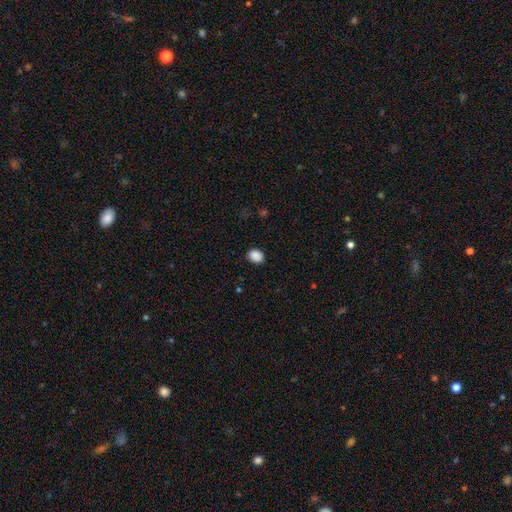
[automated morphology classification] smooth-or-featured: smooth: 88% | star or artifact: 9% | featured or disk: 3%
  how-rounded: in between: 57% | round: 42% | cigar-shaped: 1%
  merging: none: 84% | minor disturbance: 12% | major disturbance: 3% | merger: 1%